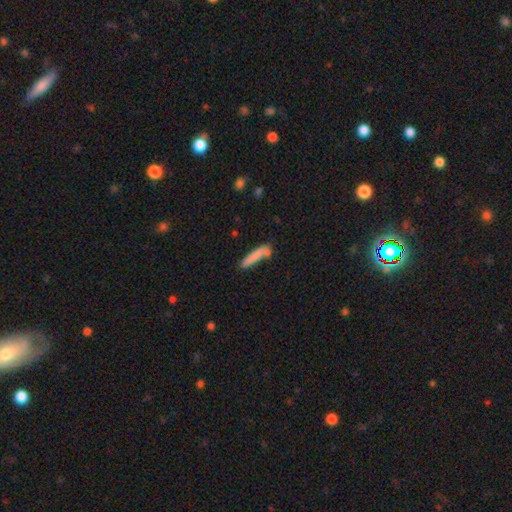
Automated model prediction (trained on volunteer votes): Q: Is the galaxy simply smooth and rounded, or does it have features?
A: smooth — 77%.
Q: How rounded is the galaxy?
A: cigar-shaped — 89%.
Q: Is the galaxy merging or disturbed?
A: none — 65%.